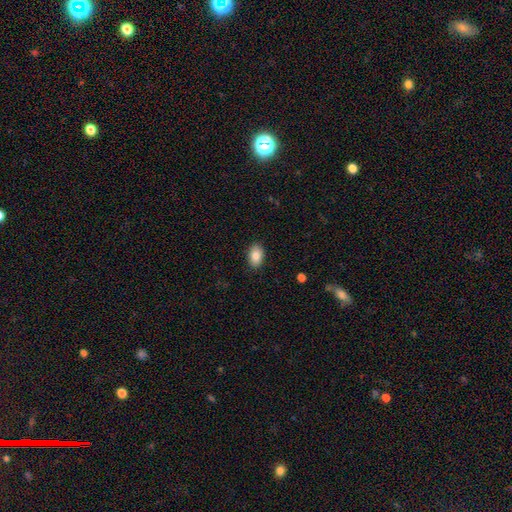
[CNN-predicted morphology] Overall: smooth (87%). How rounded: in between (91%). Merging: none (89%).